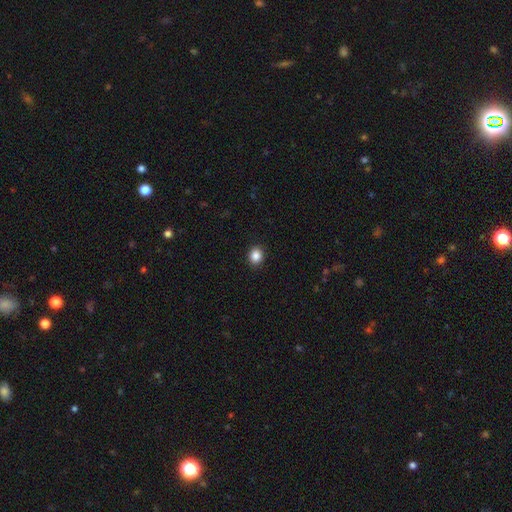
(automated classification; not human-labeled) This appears to be a smooth galaxy with no disk features (87%) that is round (68%). Merging: none (91%).